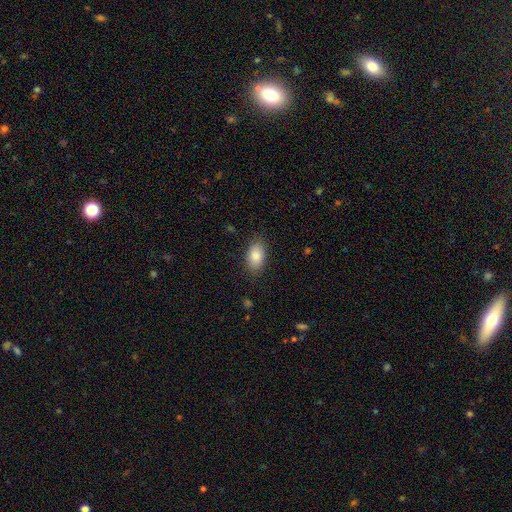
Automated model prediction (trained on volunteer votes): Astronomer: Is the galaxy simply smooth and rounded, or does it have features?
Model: smooth — 86%.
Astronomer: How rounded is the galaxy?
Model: in between — 91%.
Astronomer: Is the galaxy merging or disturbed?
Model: none — 85%.